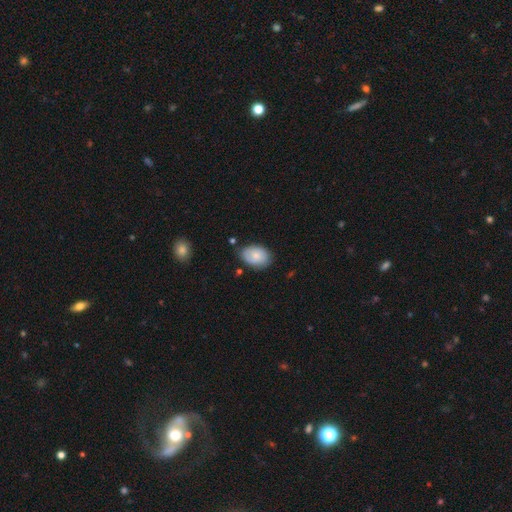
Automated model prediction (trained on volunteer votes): Smooth or featured? Predicted: smooth (p=0.68). How rounded? Predicted: in between (p=0.82). Merging? Predicted: none (p=0.71).